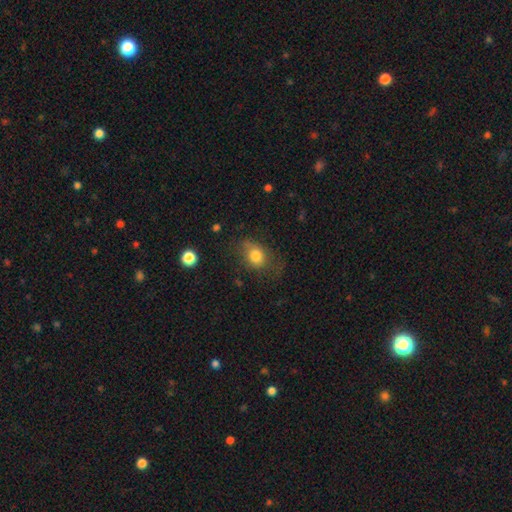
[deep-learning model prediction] A smooth galaxy with no disk features (78%) that is in between round and cigar-shaped (60%). Merging: none (53%).